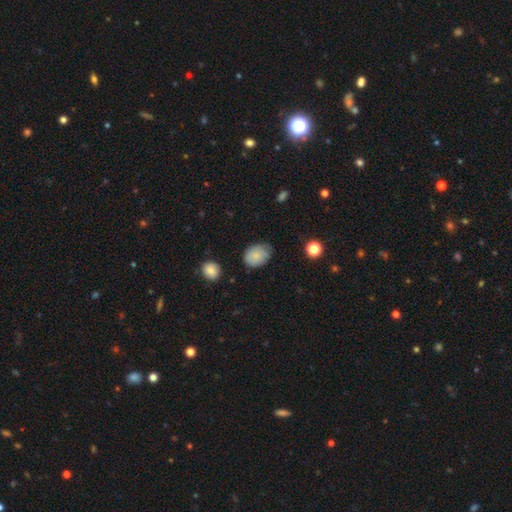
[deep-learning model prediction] The model was most divided on "how rounded": in between: 62%, round: 37%, cigar-shaped: 1%. More confident: smooth or featured — smooth (81%); merging — none (62%).